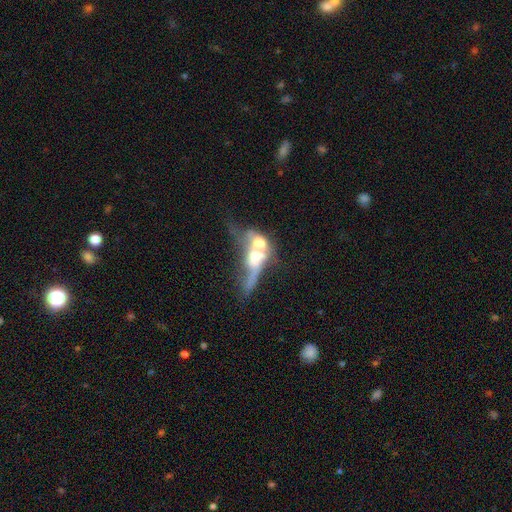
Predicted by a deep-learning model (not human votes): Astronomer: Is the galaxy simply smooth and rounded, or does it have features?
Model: featured or disk — 51% (runner-up: smooth, 39%).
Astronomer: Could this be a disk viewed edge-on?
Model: no — 75%.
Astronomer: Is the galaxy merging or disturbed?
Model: merger — 72%.